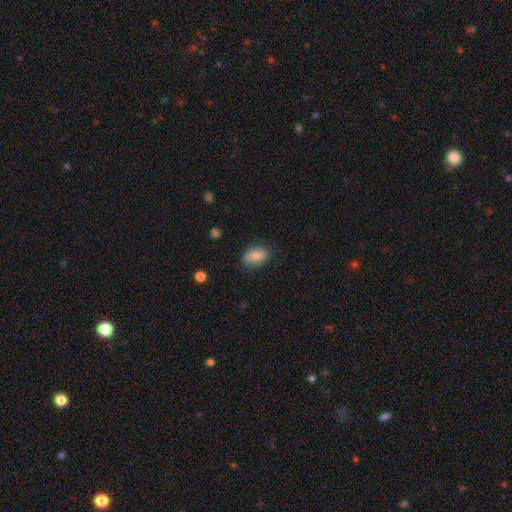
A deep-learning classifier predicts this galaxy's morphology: smooth_or_featured: smooth (p=0.80) [alt: featured or disk p=0.12]
how_rounded: in between (p=0.86) [alt: round p=0.13]
merging: none (p=0.77) [alt: minor disturbance p=0.18]